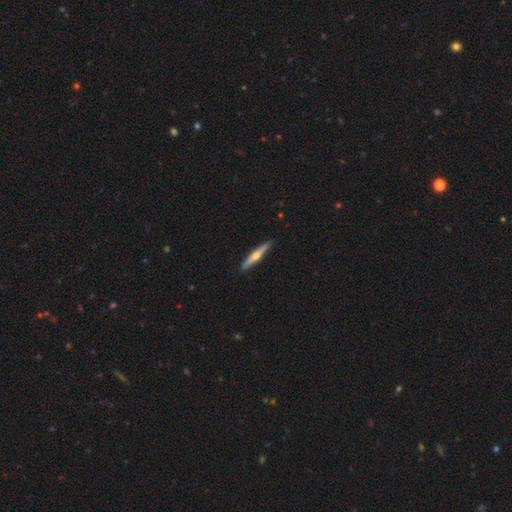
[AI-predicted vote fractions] smooth_or_featured: featured or disk (p=0.59) [alt: smooth p=0.36]
disk_edge_on: yes (p=0.96) [alt: no p=0.04]
edge_on_bulge: rounded (p=0.90) [alt: none p=0.07]
merging: none (p=0.91) [alt: minor disturbance p=0.07]